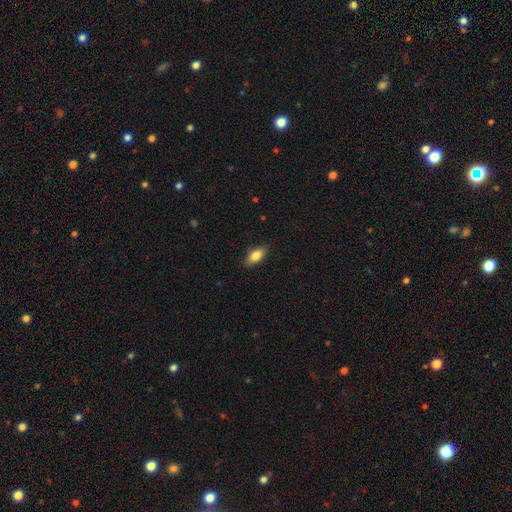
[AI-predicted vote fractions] Smooth or featured? smooth (79%)
How rounded? in between (86%)
Merging? none (85%)